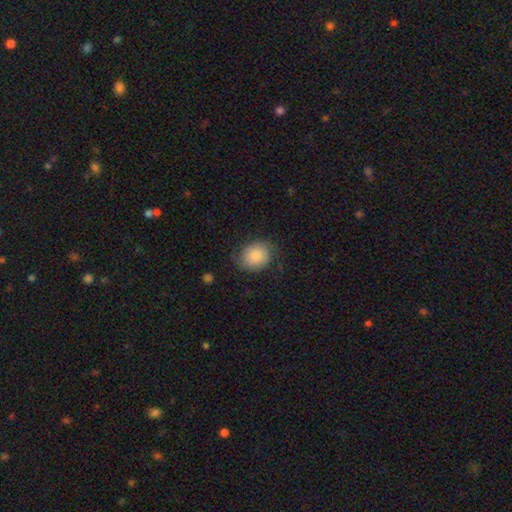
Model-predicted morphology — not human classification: type=smooth (76%); roundness=round (59%); merging=none (70%).